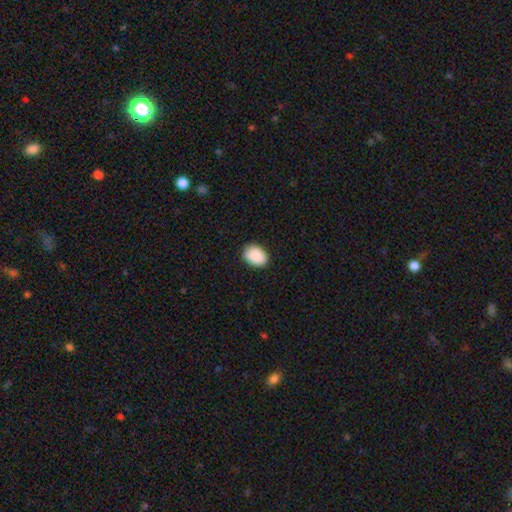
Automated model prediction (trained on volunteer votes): Smooth or featured? Predicted: smooth (p=0.90). How rounded? Predicted: in between (p=0.79). Merging? Predicted: none (p=0.86).